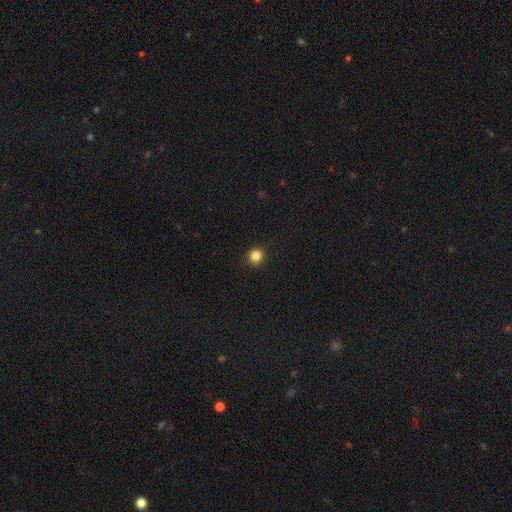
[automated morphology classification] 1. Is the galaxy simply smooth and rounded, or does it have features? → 84% smooth, 12% star or artifact, 4% featured or disk.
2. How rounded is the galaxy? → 90% round, 9% in between, 1% cigar-shaped.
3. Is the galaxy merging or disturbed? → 92% none, 6% minor disturbance, 2% major disturbance, 1% merger.